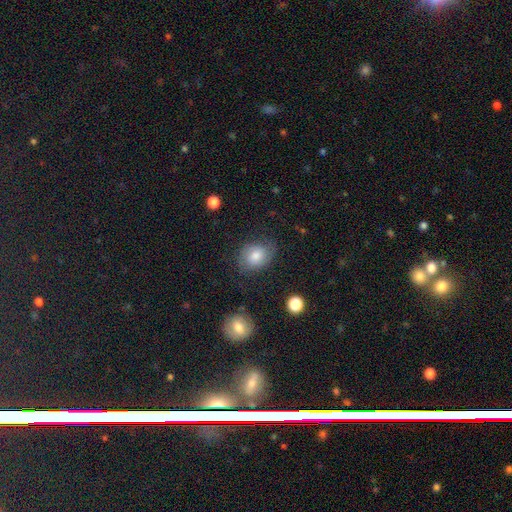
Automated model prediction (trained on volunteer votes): Overall: smooth (64%; featured or disk 25%). How rounded: in between (56%; round 43%). Merging: none (70%).